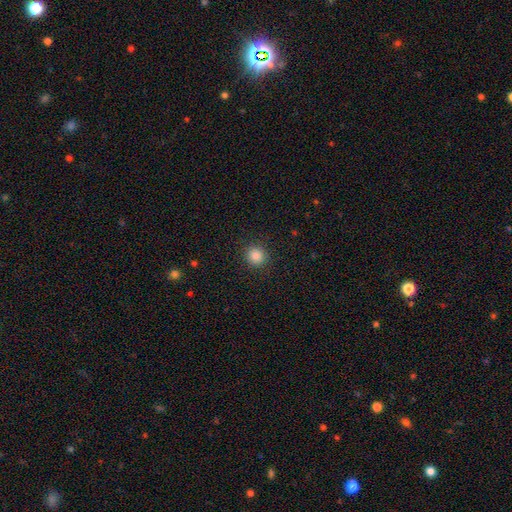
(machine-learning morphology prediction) smooth-or-featured: smooth: 85% | star or artifact: 11% | featured or disk: 4%
  how-rounded: round: 92% | in between: 7% | cigar-shaped: 1%
  merging: none: 91% | minor disturbance: 6% | major disturbance: 2% | merger: 1%